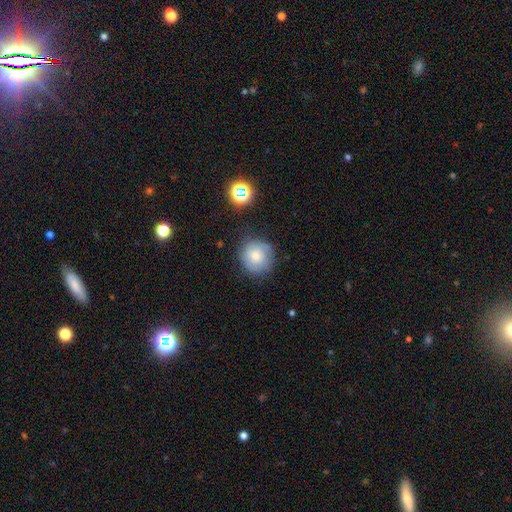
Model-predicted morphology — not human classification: A smooth galaxy with no disk features (68%) that is round (88%). Merging: none (74%).